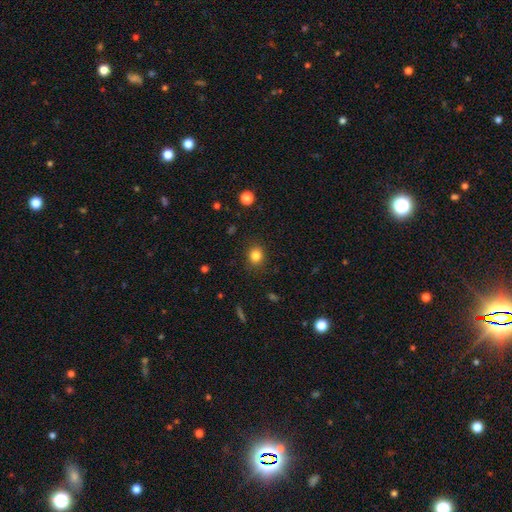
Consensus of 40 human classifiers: This is clearly a smooth galaxy (82%). How rounded: likely round (61%). Merging: clearly none (89%).